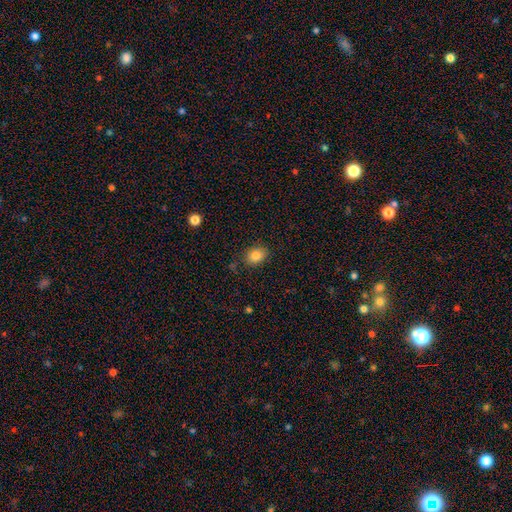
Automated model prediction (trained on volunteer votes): Smooth or featured: smooth — 83% (star or artifact — 10%)
How rounded: in between — 57% (round — 43%)
Merging: none — 84% (minor disturbance — 11%)